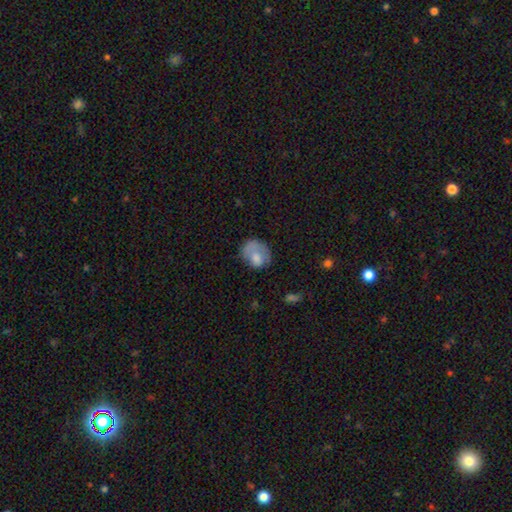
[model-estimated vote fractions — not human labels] The model was most divided on "how rounded": round: 56%, in between: 43%, cigar-shaped: 1%. Remaining: smooth or featured — smooth (68%); merging — none (44%).